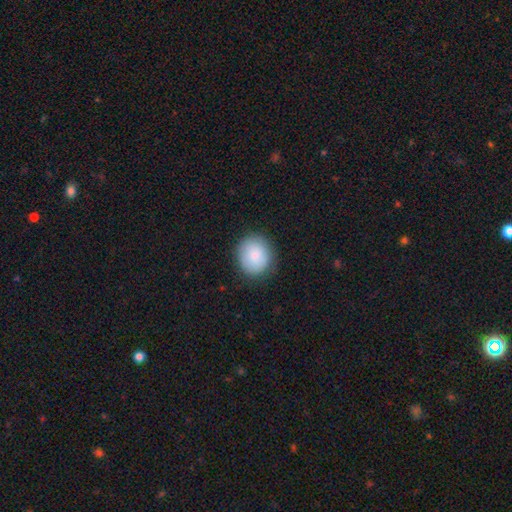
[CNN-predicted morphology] A smooth galaxy with no disk features (84%) that is round (84%). Merging: none (85%).